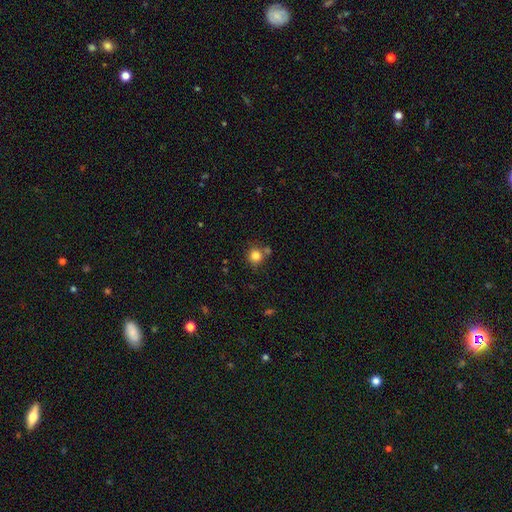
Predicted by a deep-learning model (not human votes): Smooth or featured? Predicted: smooth (p=0.82). How rounded? Predicted: round (p=0.91). Merging? Predicted: none (p=0.71).